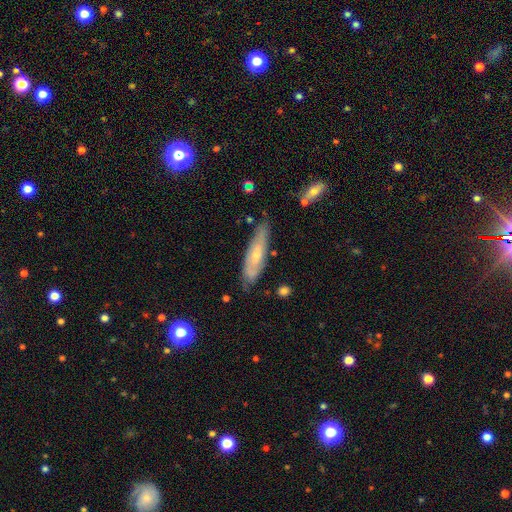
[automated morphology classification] smooth-or-featured: featured or disk: 53% | smooth: 40% | star or artifact: 7%
  disk-edge-on: no: 62% | yes: 38%
  merging: none: 71% | minor disturbance: 22% | major disturbance: 4% | merger: 2%